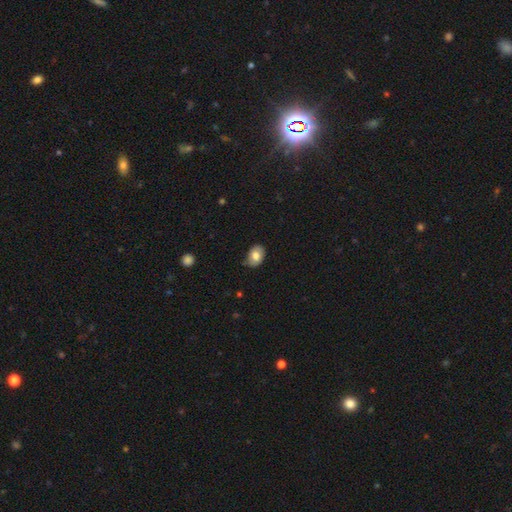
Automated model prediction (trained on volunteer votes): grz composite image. It shows a smooth galaxy with no disk features (79%) that is in between round and cigar-shaped (79%). Merging: none (77%).